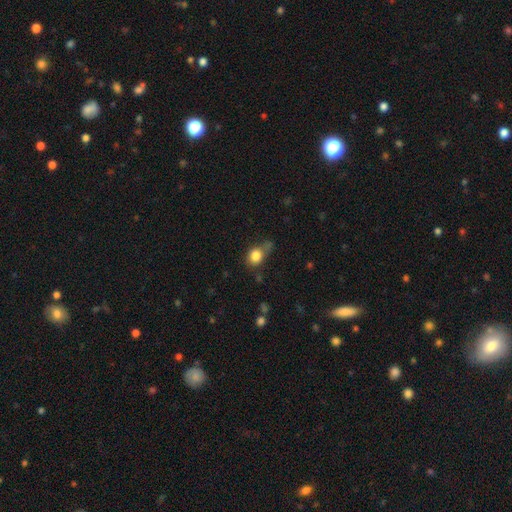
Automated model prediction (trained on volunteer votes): The model was most divided on "merging": none: 50%, minor disturbance: 29%, major disturbance: 12%, merger: 10%. More confident: smooth or featured — smooth (82%); how rounded — round (62%).